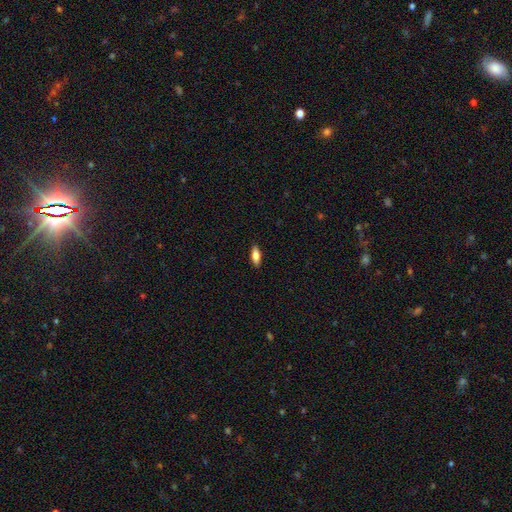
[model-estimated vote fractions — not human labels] Smooth or featured? Predicted: smooth (p=0.77). How rounded? Predicted: in between (p=0.70). Merging? Predicted: none (p=0.89).